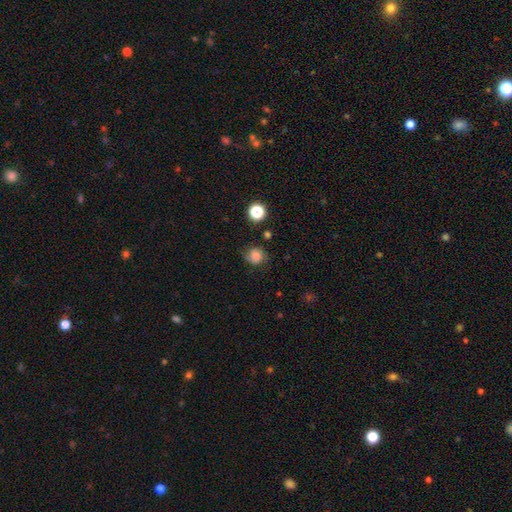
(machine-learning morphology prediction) type=smooth (72%); roundness=round (77%); merging=none (70%).